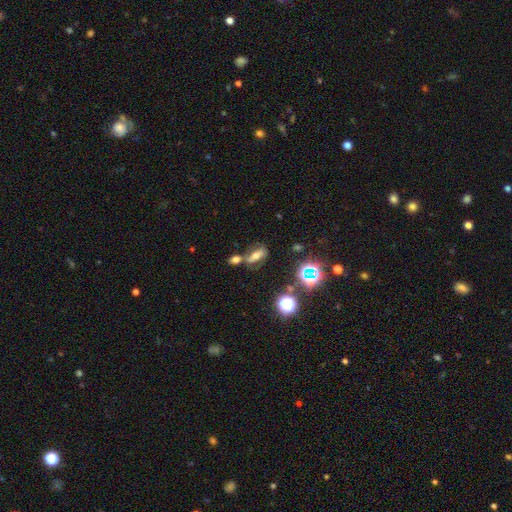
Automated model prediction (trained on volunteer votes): Overall: smooth (41%; featured or disk 34%). Merging: none (47%; merger 32%).